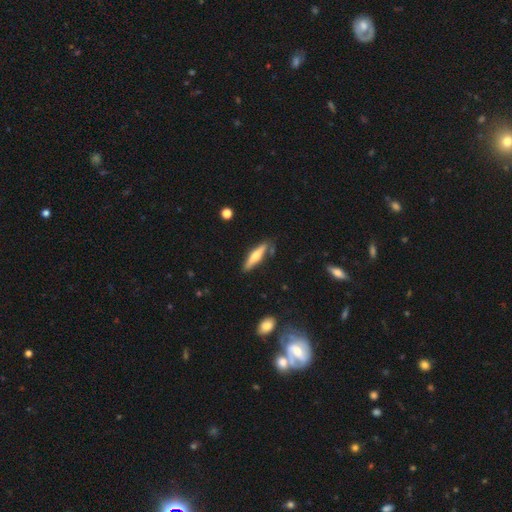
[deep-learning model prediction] Smooth or featured? featured or disk (50%)
Merging? none (83%)